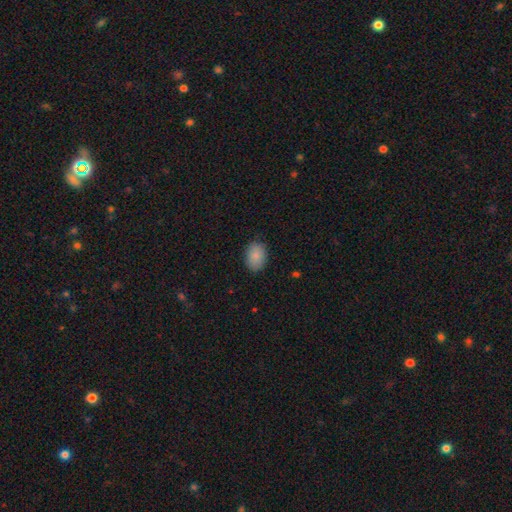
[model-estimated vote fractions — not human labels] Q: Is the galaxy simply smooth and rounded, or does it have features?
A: smooth — 88%.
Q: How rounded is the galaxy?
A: in between — 77%.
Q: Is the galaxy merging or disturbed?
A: none — 85%.